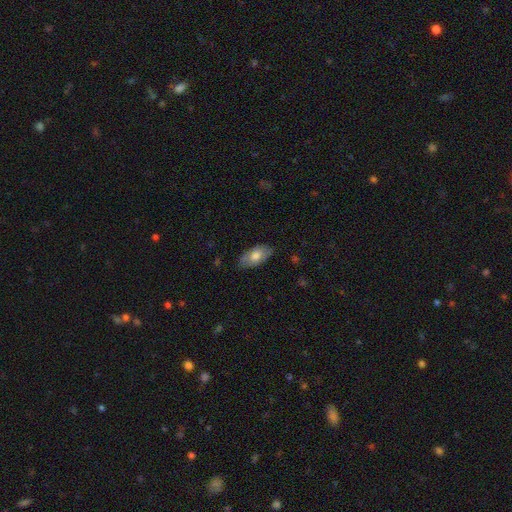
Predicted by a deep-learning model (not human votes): Overall: smooth (71%). How rounded: in between (94%). Merging: none (81%).